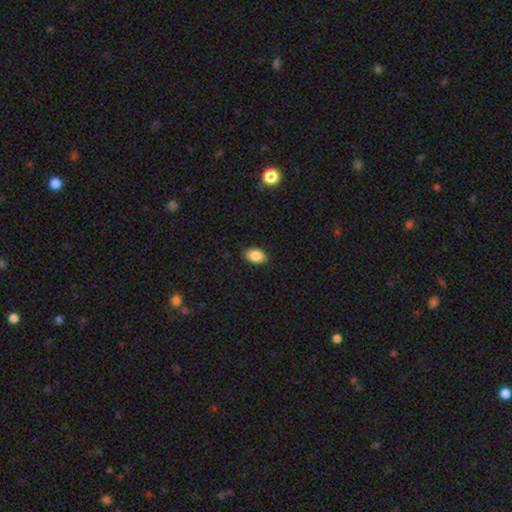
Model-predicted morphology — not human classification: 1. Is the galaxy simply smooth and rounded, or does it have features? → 87% smooth, 8% star or artifact, 5% featured or disk.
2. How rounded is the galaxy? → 88% in between, 11% round, 1% cigar-shaped.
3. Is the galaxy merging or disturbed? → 88% none, 9% minor disturbance, 2% major disturbance, 1% merger.